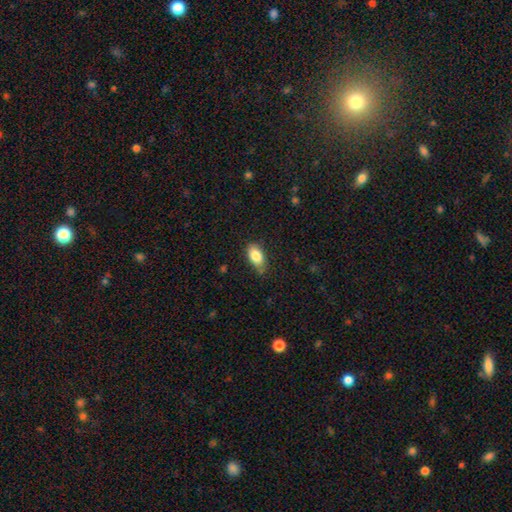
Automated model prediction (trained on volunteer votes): Overall: smooth (84%). How rounded: in between (91%). Merging: none (73%).